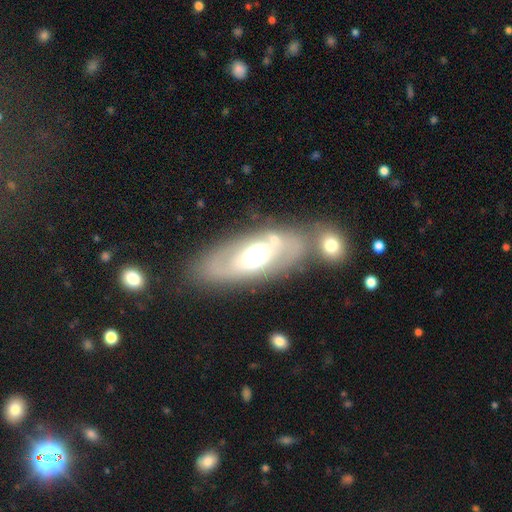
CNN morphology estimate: The model was most divided on "smooth or featured": featured or disk: 54%, smooth: 38%, star or artifact: 8%. More confident: edge-on disk — no (81%); merging — none (59%).